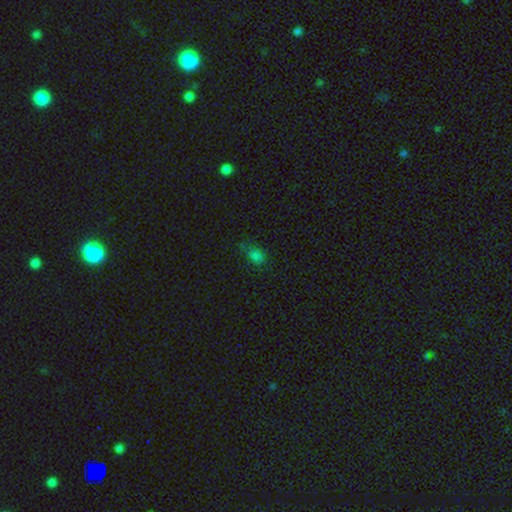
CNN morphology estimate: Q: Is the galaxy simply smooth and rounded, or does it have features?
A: smooth — 73%.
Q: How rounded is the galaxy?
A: in between — 70%.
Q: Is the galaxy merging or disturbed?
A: none — 59%.